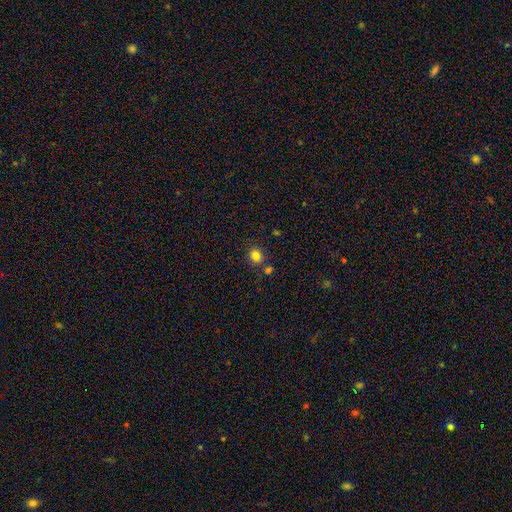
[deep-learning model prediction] Q: Smooth or featured?
A: smooth (81%); runner-up: star or artifact (13%)
Q: How rounded?
A: round (79%); runner-up: in between (20%)
Q: Merging?
A: none (75%); runner-up: merger (11%)